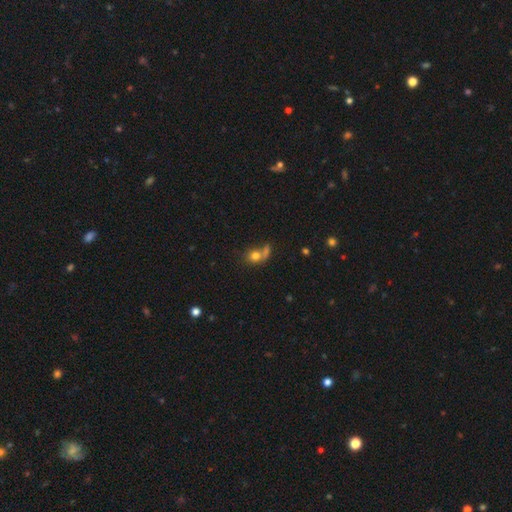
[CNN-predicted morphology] A smooth galaxy with no disk features (75%) that is round (68%). Merging: merger (39%).